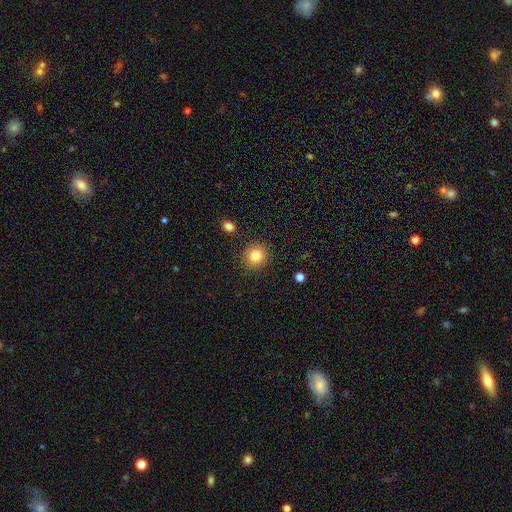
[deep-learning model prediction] smooth 83%, star or artifact 11%, featured or disk 7%. Down the decision tree: how rounded — round (88%); merging — none (88%).